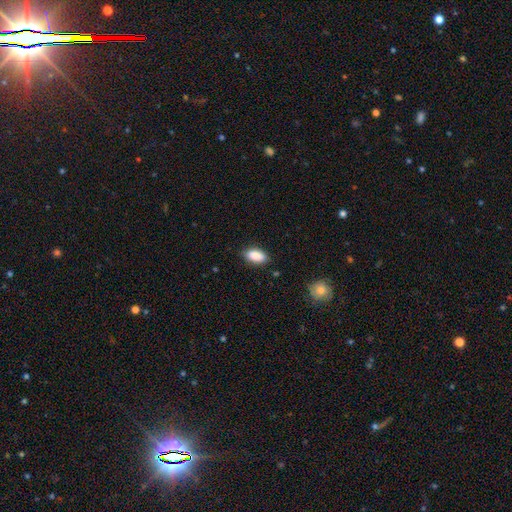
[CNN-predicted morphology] A smooth galaxy with no disk features (89%) that is in between round and cigar-shaped (92%). Merging: none (85%).